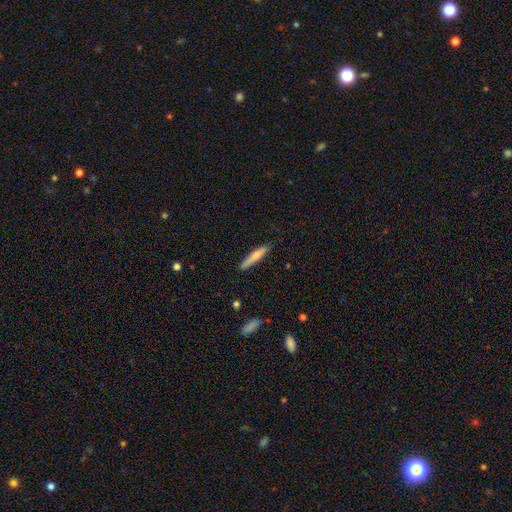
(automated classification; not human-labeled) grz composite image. It shows a smooth galaxy with no disk features (64%) that is cigar-shaped (91%). Merging: none (85%).